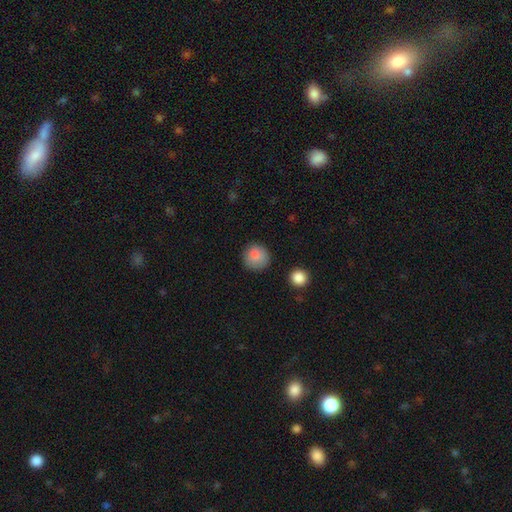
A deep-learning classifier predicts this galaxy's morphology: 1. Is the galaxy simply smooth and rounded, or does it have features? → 86% smooth, 9% star or artifact, 5% featured or disk.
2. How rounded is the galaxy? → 93% round, 6% in between, 1% cigar-shaped.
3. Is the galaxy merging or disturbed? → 85% none, 11% minor disturbance, 3% major disturbance, 2% merger.